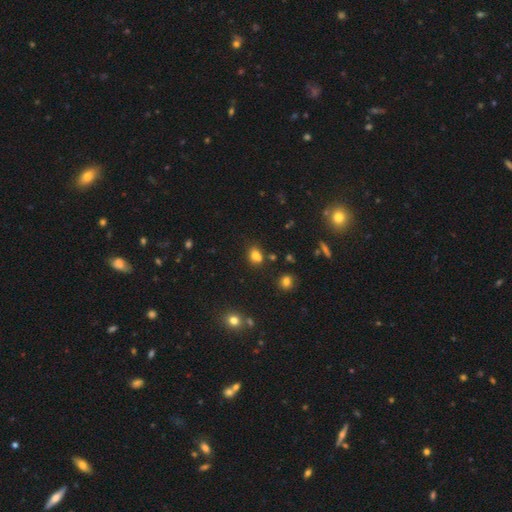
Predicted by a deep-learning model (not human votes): This appears to be a smooth galaxy with no disk features (75%) that is round (49%, tied with in between). Merging: none (57%).